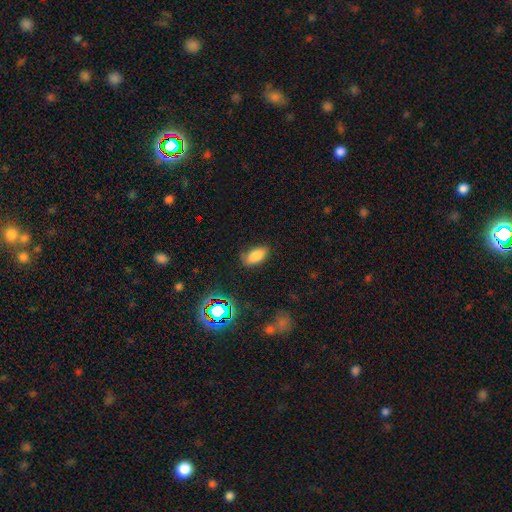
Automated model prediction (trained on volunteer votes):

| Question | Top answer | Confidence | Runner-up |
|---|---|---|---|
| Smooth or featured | smooth | 80% | star or artifact (13%) |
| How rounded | in between | 91% | cigar-shaped (5%) |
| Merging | none | 77% | minor disturbance (17%) |